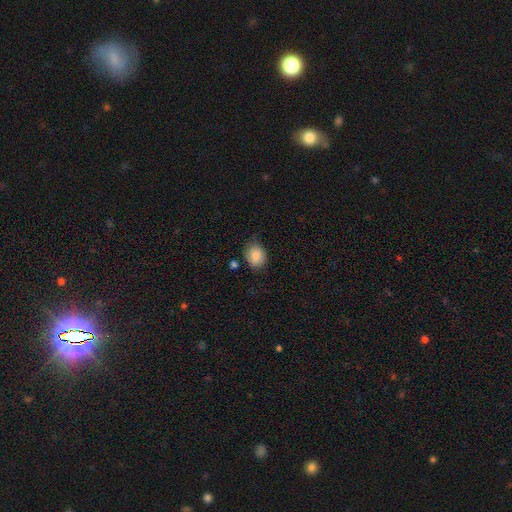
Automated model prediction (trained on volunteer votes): A smooth galaxy with no disk features (86%) that is round (59%).

Vote fractions:
- Smooth or featured? smooth: 86% / star or artifact: 8% / featured or disk: 6%
- How rounded? round: 59% / in between: 40% / cigar-shaped: 1%
- Merging? none: 75% / minor disturbance: 18% / major disturbance: 4% / merger: 3%